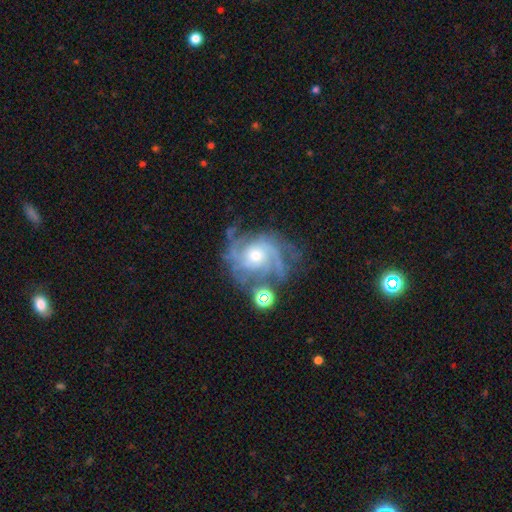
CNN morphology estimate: Smooth or featured? Predicted: featured or disk (p=0.87). Edge-on disk? Predicted: no (p=0.98). Bar? Predicted: no (p=0.72). Spiral arms? Predicted: yes (p=0.96). Spiral winding? Predicted: tight (p=0.45). Spiral arm count? Predicted: 3 (p=0.28). Bulge size? Predicted: moderate (p=0.52). Merging? Predicted: none (p=0.56).